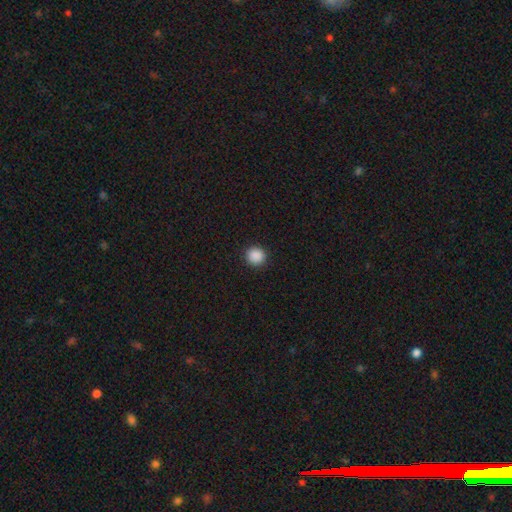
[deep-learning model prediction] This appears to be a smooth galaxy with no disk features (89%) that is round (93%). Merging: none (92%).